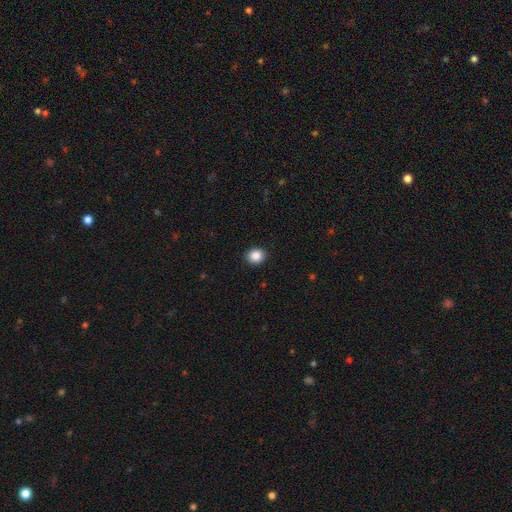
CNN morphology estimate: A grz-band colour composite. It shows a smooth galaxy with no disk features (86%) that is round (76%). Merging: none (92%).